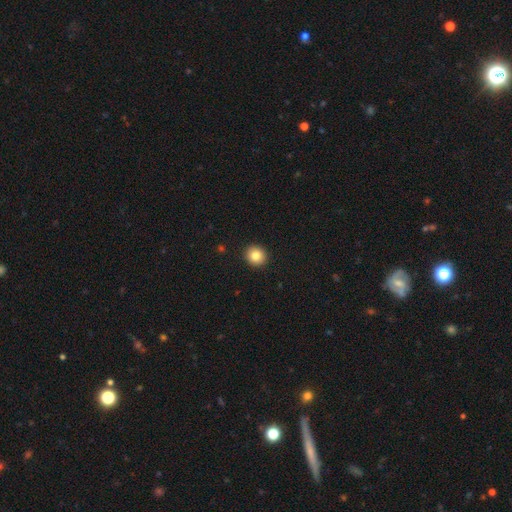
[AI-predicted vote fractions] A smooth galaxy with no disk features (83%) that is round (88%). Merging: none (93%).